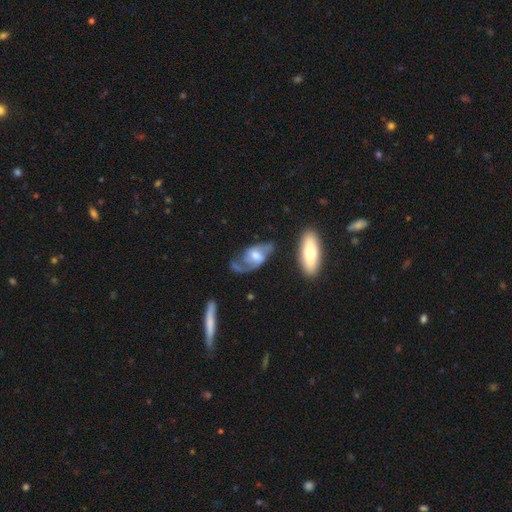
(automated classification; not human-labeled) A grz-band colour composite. It shows a featured or disk galaxy (72%) with a weak bar (45%), 2 (73%) loose (45%) spiral arms (87%) and a moderate central bulge (57%). Merging: none (44%).